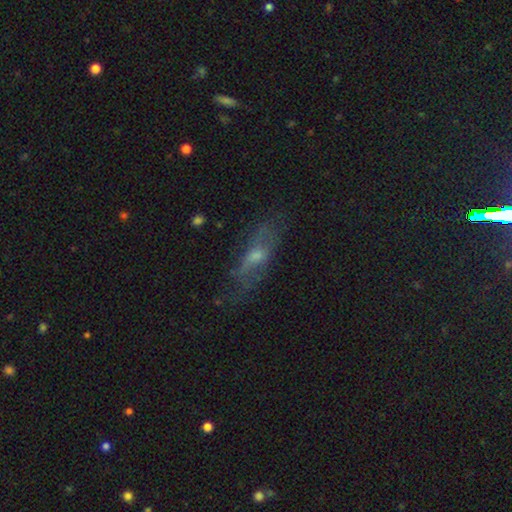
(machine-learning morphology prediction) Overall: featured or disk (44%; star or artifact 28%). Merging: none (75%).